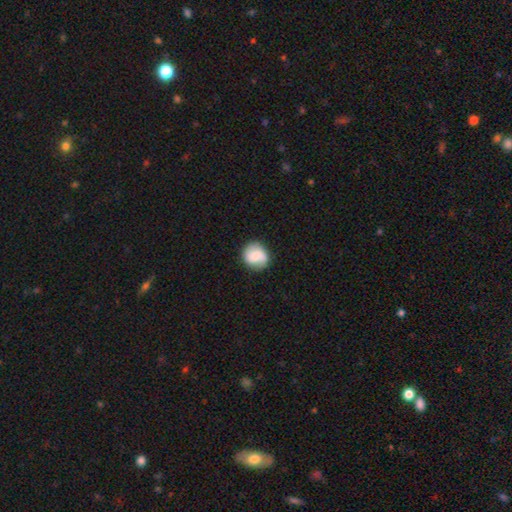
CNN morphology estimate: Q: Smooth or featured?
A: smooth (59%); runner-up: featured or disk (33%)
Q: How rounded?
A: round (85%); runner-up: in between (14%)
Q: Merging?
A: none (82%); runner-up: minor disturbance (13%)